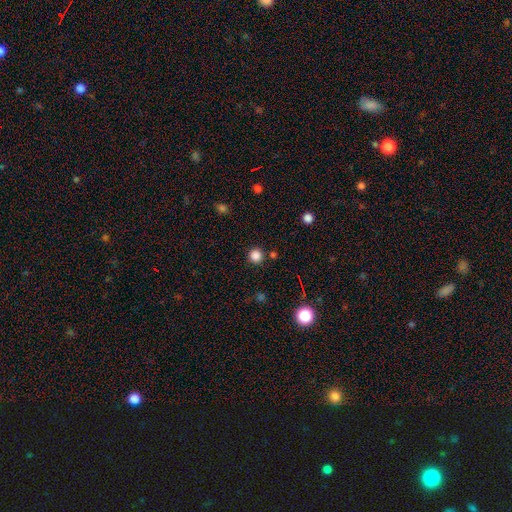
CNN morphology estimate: Smooth or featured? smooth (83%)
How rounded? round (95%)
Merging? none (88%)